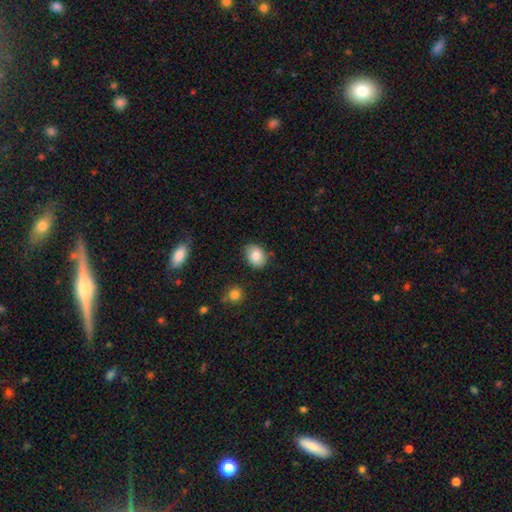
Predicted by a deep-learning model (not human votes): Overall: smooth (81%). How rounded: in between (65%; round 34%). Merging: none (81%).